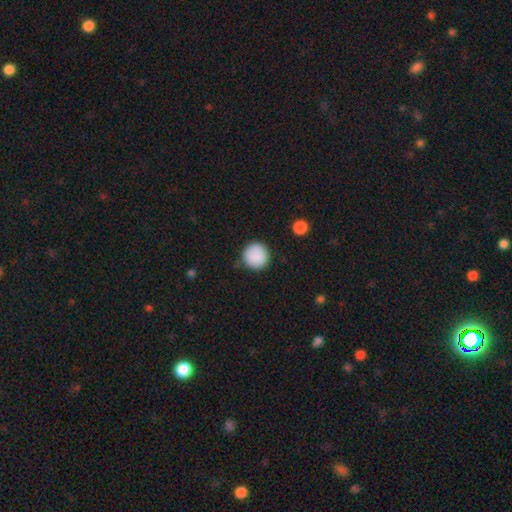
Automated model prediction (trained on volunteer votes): Smooth or featured? smooth (89%)
How rounded? round (95%)
Merging? none (86%)